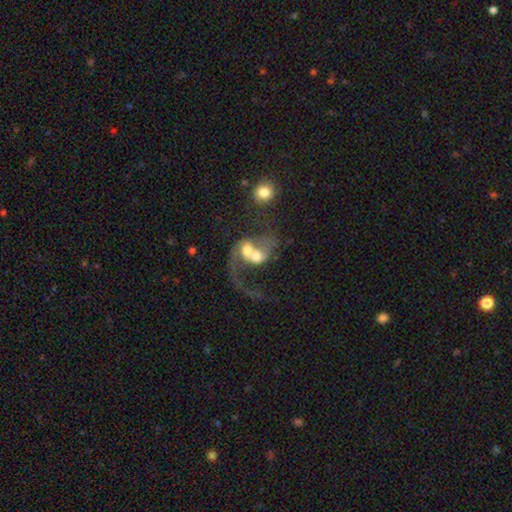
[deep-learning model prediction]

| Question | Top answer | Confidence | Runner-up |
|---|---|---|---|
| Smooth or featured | featured or disk | 61% | smooth (30%) |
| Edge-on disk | no | 97% | yes (3%) |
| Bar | no | 69% | weak (24%) |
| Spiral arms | yes | 71% | no (29%) |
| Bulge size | moderate | 47% | large (30%) |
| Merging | merger | 75% | major disturbance (13%) |